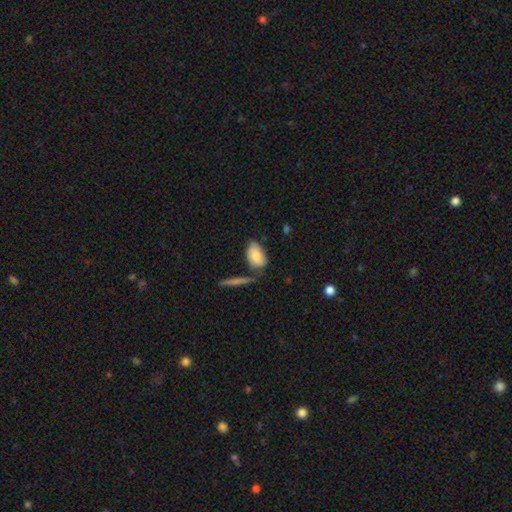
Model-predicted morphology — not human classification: This is likely a smooth galaxy (80%). How rounded: clearly in between (90%). Merging: possibly none (53%).